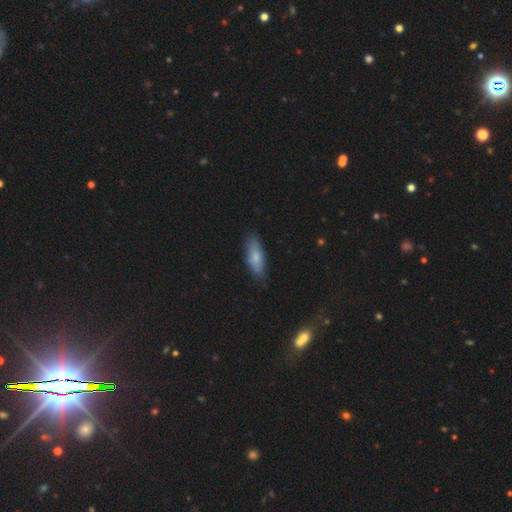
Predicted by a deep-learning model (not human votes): smooth 74%, featured or disk 19%, star or artifact 6%. Down the decision tree: how rounded — in between (62%); merging — none (78%).